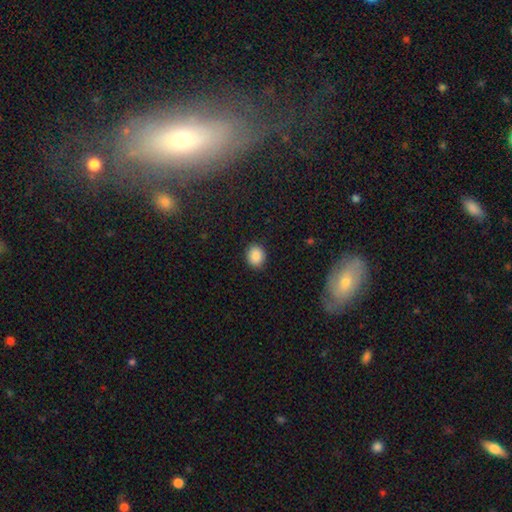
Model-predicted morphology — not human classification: smooth 88%, star or artifact 8%, featured or disk 4%. Down the decision tree: how rounded — round (60%); merging — none (88%).